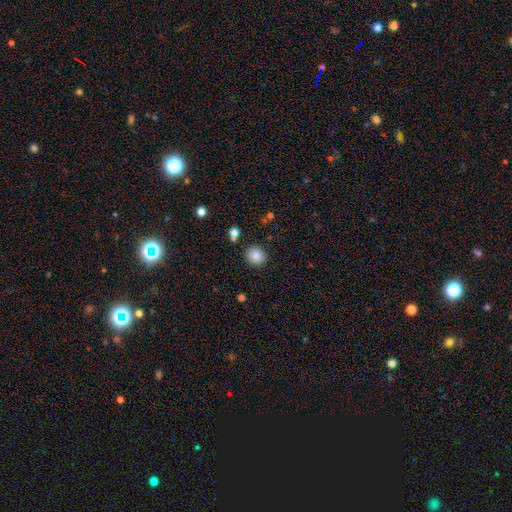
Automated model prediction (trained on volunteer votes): Smooth or featured? Predicted: smooth (p=0.85). How rounded? Predicted: round (p=0.89). Merging? Predicted: none (p=0.88).